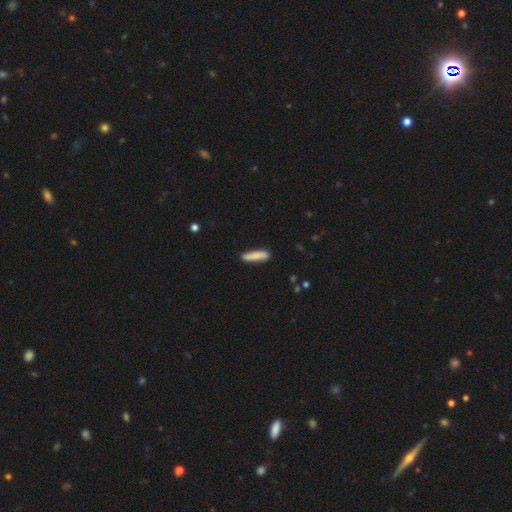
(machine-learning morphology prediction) Smooth or featured?
  - smooth: 80% *
  - featured or disk: 14%
  - star or artifact: 6%
How rounded?
  - cigar-shaped: 79% *
  - in between: 20%
  - round: 2%
Merging?
  - none: 84% *
  - minor disturbance: 12%
  - major disturbance: 2%
  - merger: 2%